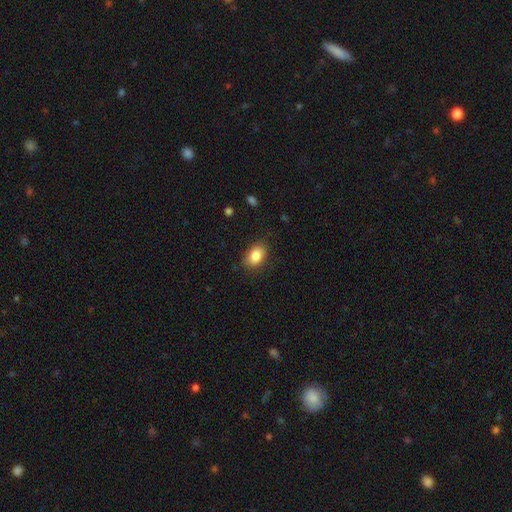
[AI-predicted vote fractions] This is clearly a smooth galaxy (85%). How rounded: clearly in between (82%). Merging: clearly none (82%).